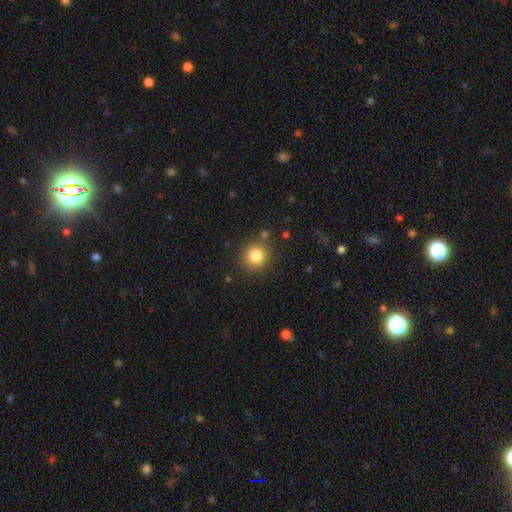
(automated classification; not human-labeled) The model was most divided on "smooth or featured": smooth: 82%, star or artifact: 11%, featured or disk: 6%. More confident: how rounded — round (90%); merging — none (85%).